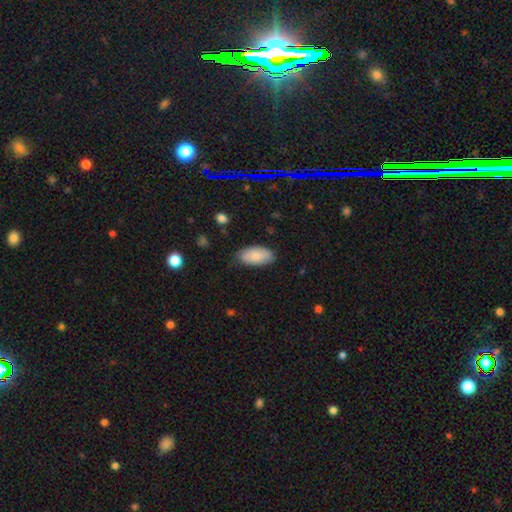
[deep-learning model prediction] smooth_or_featured: smooth (p=0.80) [alt: featured or disk p=0.14]
how_rounded: in between (p=0.93) [alt: cigar-shaped p=0.05]
merging: none (p=0.79) [alt: minor disturbance p=0.17]